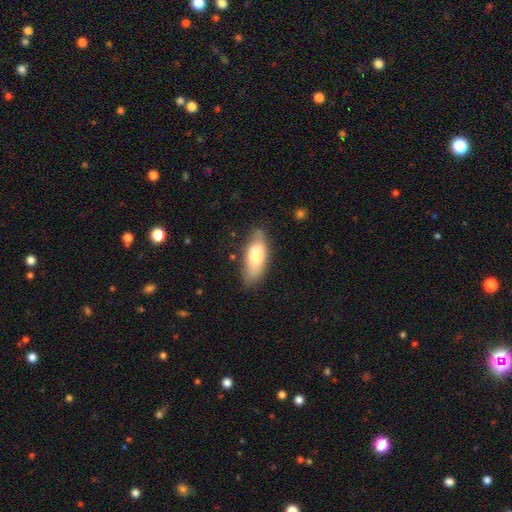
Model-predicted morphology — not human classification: type=smooth (73%); roundness=in between (76%); merging=none (73%).